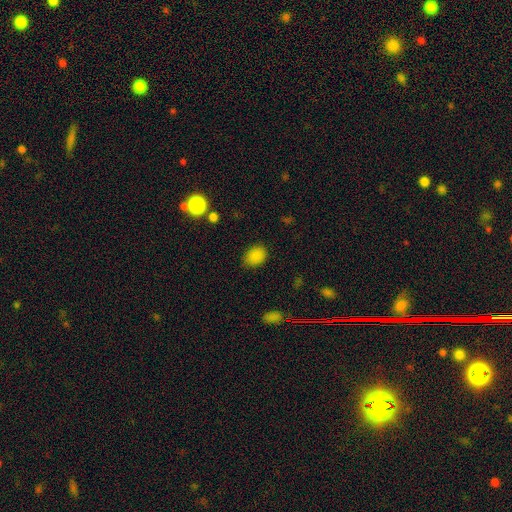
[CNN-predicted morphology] type=smooth (85%); roundness=in between (67%); merging=none (81%).